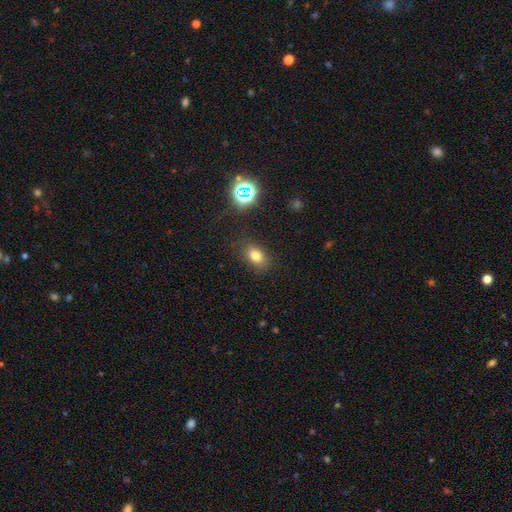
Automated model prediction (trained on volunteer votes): Smooth or featured: smooth — 75% (star or artifact — 16%)
How rounded: in between — 78% (round — 20%)
Merging: none — 84% (minor disturbance — 11%)